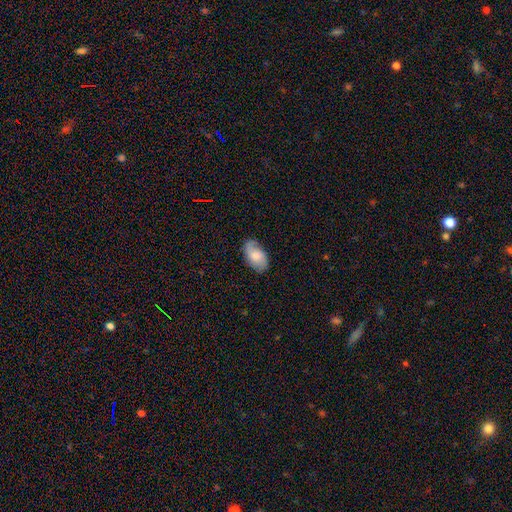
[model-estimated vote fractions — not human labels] The model was most divided on "smooth or featured": smooth: 58%, featured or disk: 35%, star or artifact: 7%. More confident: how rounded — in between (93%); merging — none (72%).